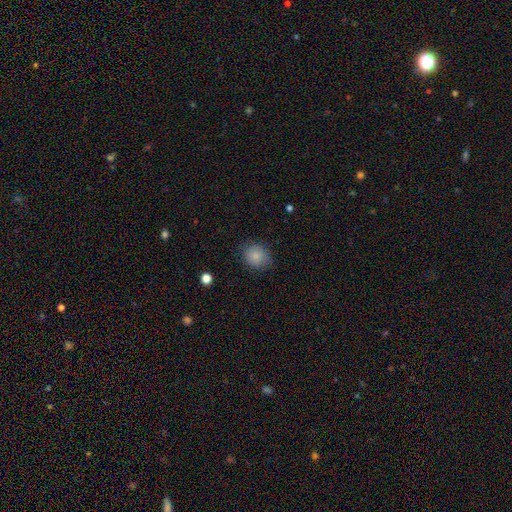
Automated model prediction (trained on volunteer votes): A smooth galaxy with no disk features (85%) that is round (70%). Merging: none (81%).